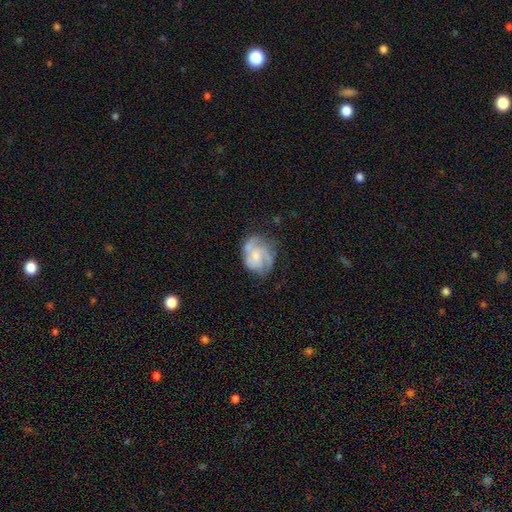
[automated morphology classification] This is likely a featured or disk galaxy (67%). It is clearly not viewed edge-on (98%). Bar: likely no (69%). Spiral arm pattern: clearly yes (86%). Spiral arm count: marginally 3 (41%). Spiral winding: possibly medium (45%). Central bulge: marginally moderate (39%). Merging: likely none (60%).